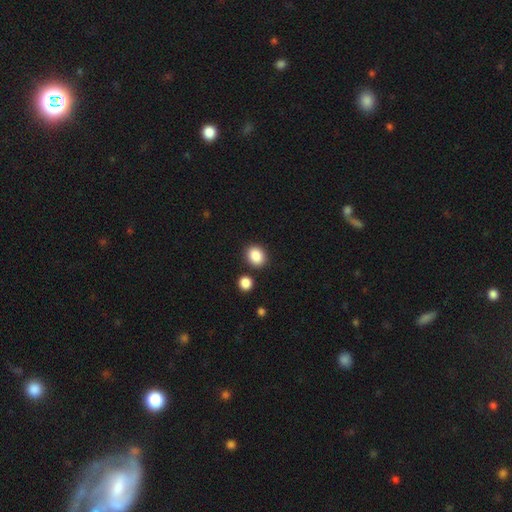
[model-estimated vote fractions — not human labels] smooth-or-featured: smooth: 88% | star or artifact: 9% | featured or disk: 4%
  how-rounded: in between: 50% | round: 49% | cigar-shaped: 1%
  merging: none: 83% | minor disturbance: 9% | merger: 6% | major disturbance: 3%